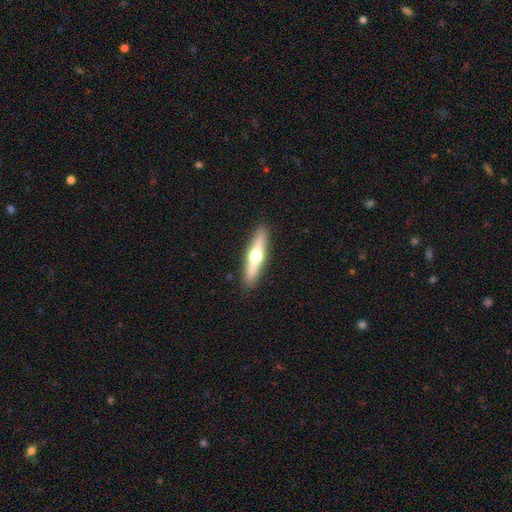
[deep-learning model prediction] A featured or disk galaxy (60%) viewed edge-on (95%) with a rounded central bulge (96%). Merging: none (90%).